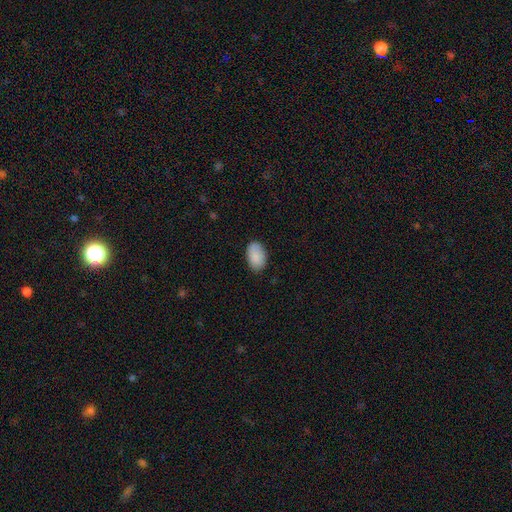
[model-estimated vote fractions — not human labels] A smooth galaxy with no disk features (89%) that is in between round and cigar-shaped (92%).

Vote fractions:
- Smooth or featured? smooth: 89% / star or artifact: 6% / featured or disk: 5%
- How rounded? in between: 92% / round: 7% / cigar-shaped: 1%
- Merging? none: 83% / minor disturbance: 13% / major disturbance: 3% / merger: 1%